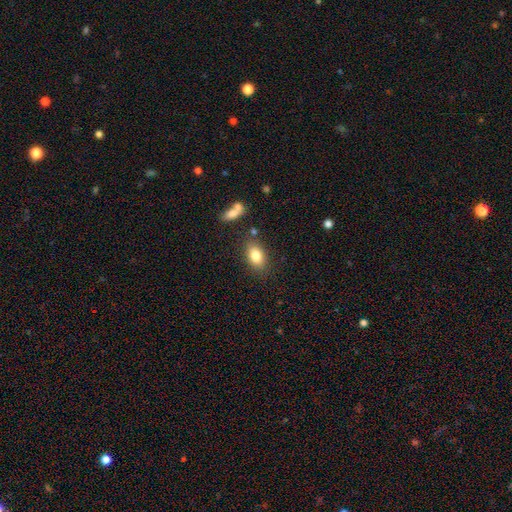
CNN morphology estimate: smooth_or_featured: smooth (p=0.81) [alt: featured or disk p=0.10]
how_rounded: in between (p=0.84) [alt: round p=0.14]
merging: none (p=0.79) [alt: minor disturbance p=0.13]